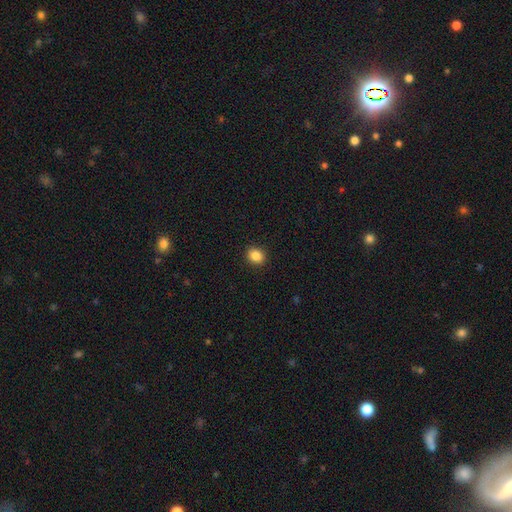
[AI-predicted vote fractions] smooth 87%, star or artifact 10%, featured or disk 3%. Down the decision tree: how rounded — round (60%); merging — none (91%).